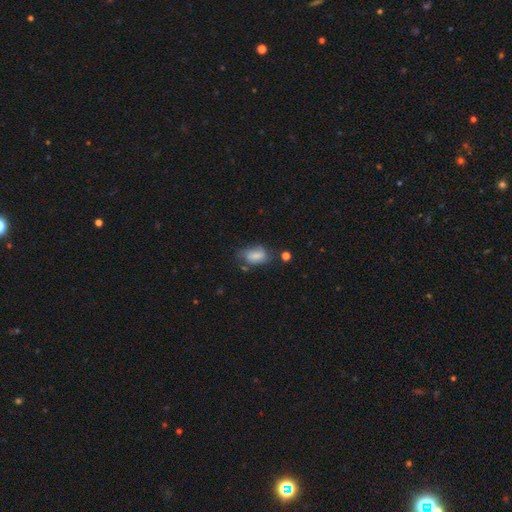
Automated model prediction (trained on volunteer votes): smooth-or-featured: smooth: 75% | featured or disk: 16% | star or artifact: 9%
  how-rounded: in between: 87% | round: 10% | cigar-shaped: 3%
  merging: none: 50% | minor disturbance: 31% | major disturbance: 13% | merger: 7%